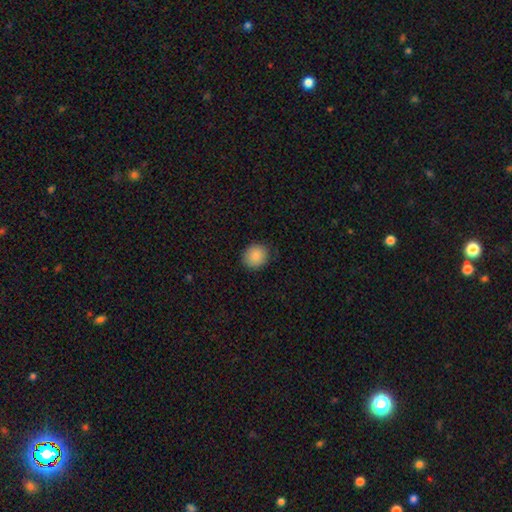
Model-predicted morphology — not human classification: Smooth or featured? Predicted: smooth (p=0.88). How rounded? Predicted: round (p=0.78). Merging? Predicted: none (p=0.87).